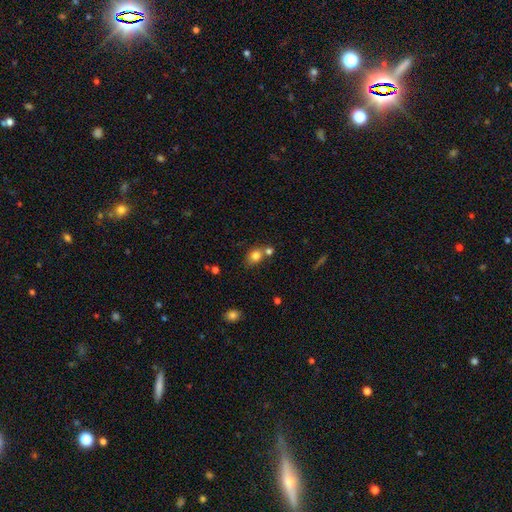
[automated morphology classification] A smooth galaxy with no disk features (80%) that is round (50%).

Vote fractions:
- Smooth or featured? smooth: 80% / star or artifact: 11% / featured or disk: 9%
- How rounded? round: 50% / in between: 49% / cigar-shaped: 1%
- Merging? none: 55% / merger: 29% / minor disturbance: 12% / major disturbance: 4%